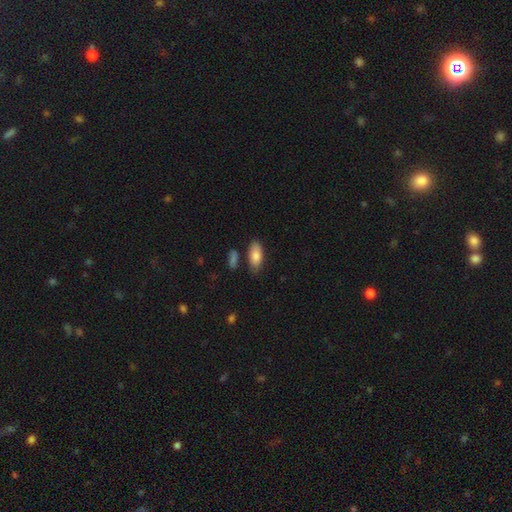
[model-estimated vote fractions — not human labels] smooth_or_featured: smooth (p=0.83) [alt: featured or disk p=0.11]
how_rounded: in between (p=0.88) [alt: cigar-shaped p=0.10]
merging: none (p=0.75) [alt: minor disturbance p=0.16]